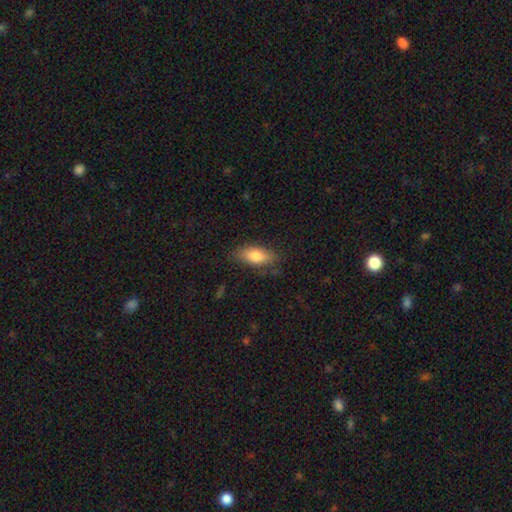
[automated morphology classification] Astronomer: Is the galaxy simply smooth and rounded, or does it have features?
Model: smooth — 80%.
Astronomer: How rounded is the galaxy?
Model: in between — 84%.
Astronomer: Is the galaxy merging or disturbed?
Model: none — 77%.